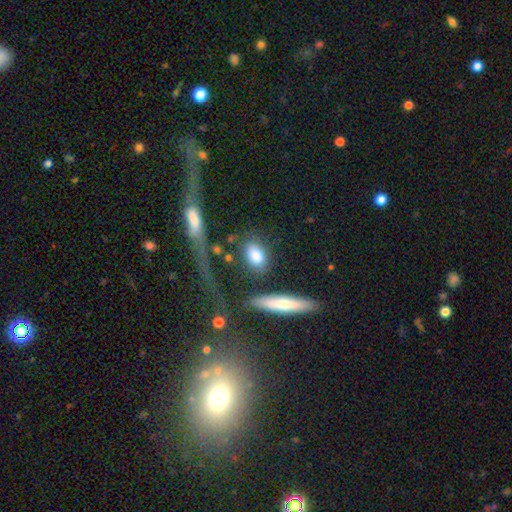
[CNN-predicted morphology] smooth-or-featured: smooth: 83% | featured or disk: 10% | star or artifact: 7%
  how-rounded: in between: 77% | round: 17% | cigar-shaped: 6%
  merging: none: 66% | minor disturbance: 16% | merger: 9% | major disturbance: 9%